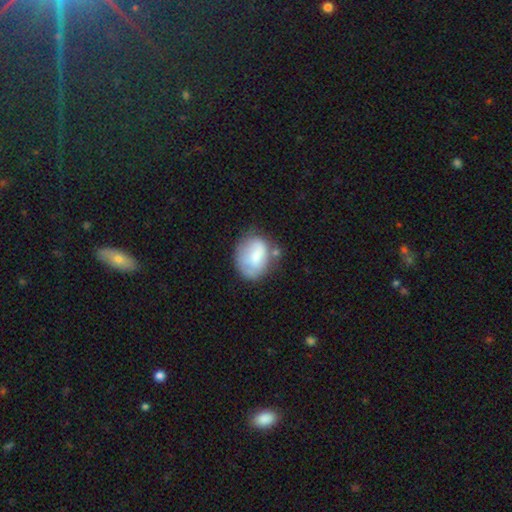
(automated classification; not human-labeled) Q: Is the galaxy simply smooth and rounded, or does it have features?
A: smooth — 65%.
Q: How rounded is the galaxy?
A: in between — 52%.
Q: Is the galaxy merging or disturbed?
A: none — 48%.